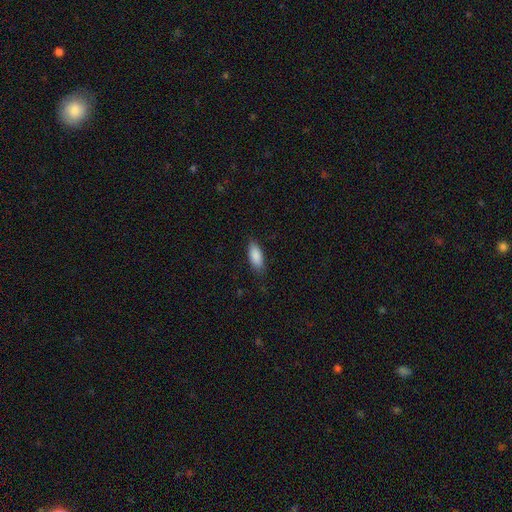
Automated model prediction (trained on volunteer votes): smooth-or-featured: smooth: 88% | star or artifact: 6% | featured or disk: 6%
  how-rounded: in between: 83% | cigar-shaped: 16% | round: 2%
  merging: none: 83% | minor disturbance: 13% | major disturbance: 3% | merger: 1%